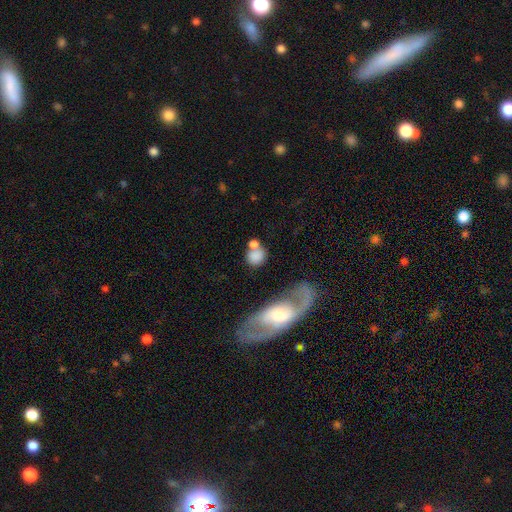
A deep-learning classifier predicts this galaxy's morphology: The model was most divided on "merging": none: 47%, merger: 30%, minor disturbance: 13%, major disturbance: 9%. More confident: smooth or featured — smooth (78%); how rounded — round (76%).